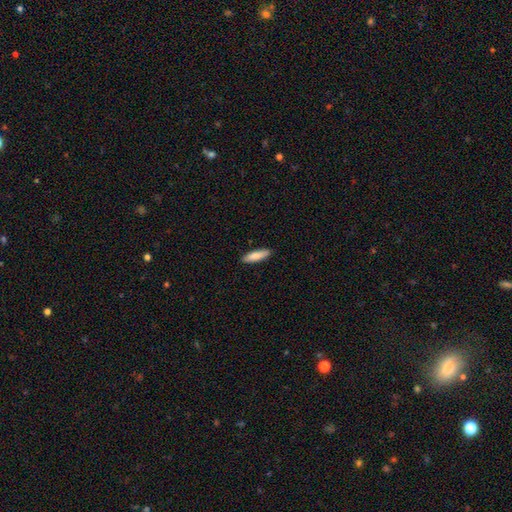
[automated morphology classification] The model was most divided on "how rounded": cigar-shaped: 65%, in between: 33%, round: 2%. More confident: merging — none (90%); smooth or featured — smooth (83%).